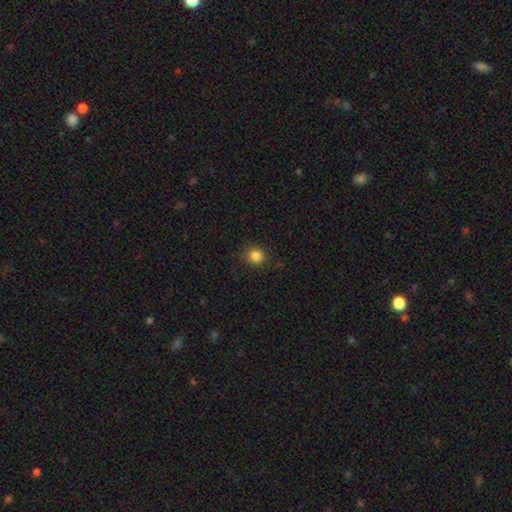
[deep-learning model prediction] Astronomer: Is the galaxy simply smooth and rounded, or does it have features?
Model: smooth — 84%.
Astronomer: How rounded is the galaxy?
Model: round — 88%.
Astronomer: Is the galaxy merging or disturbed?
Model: none — 86%.